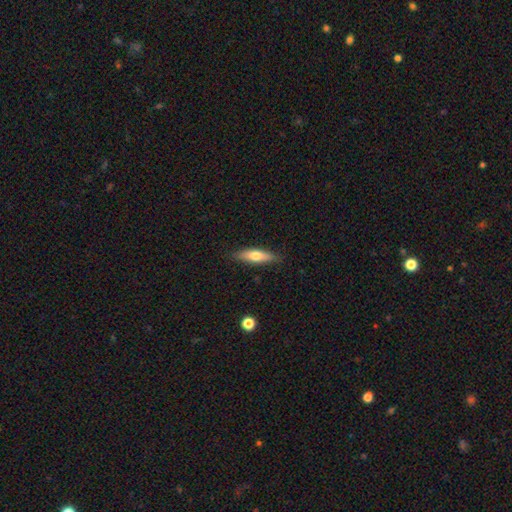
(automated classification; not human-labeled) Smooth or featured: smooth — 60% (featured or disk — 34%)
How rounded: cigar-shaped — 64% (in between — 34%)
Merging: none — 86% (minor disturbance — 11%)